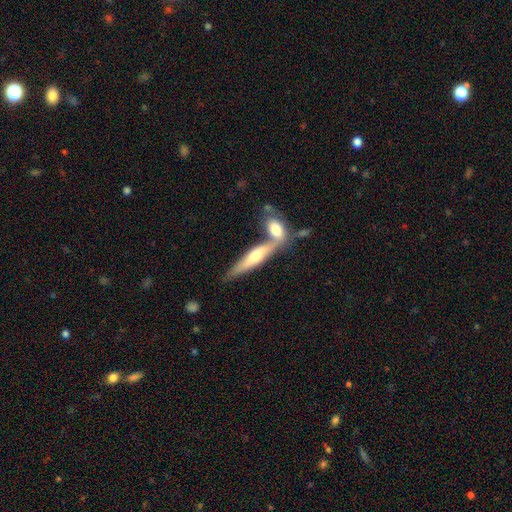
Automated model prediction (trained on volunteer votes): Smooth or featured? Predicted: featured or disk (p=0.54). Edge-on disk? Predicted: yes (p=0.87). Merging? Predicted: none (p=0.47).